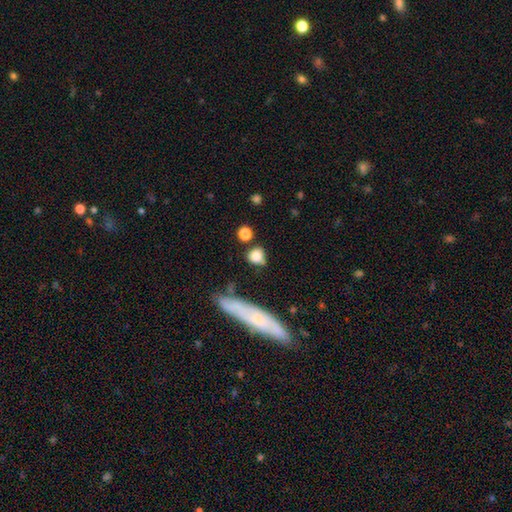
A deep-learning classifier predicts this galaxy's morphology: type=smooth (81%); roundness=round (73%); merging=none (65%).